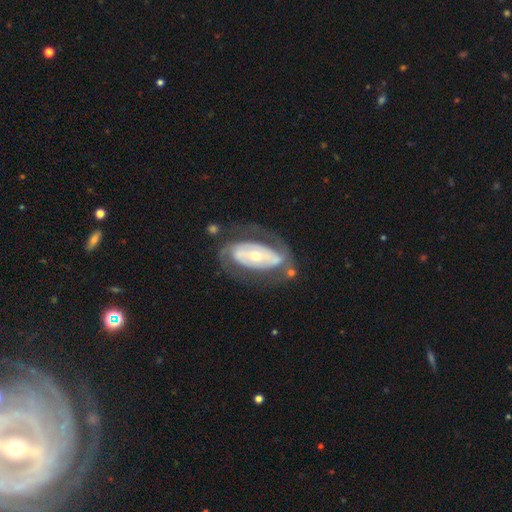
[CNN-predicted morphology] Q: Smooth or featured?
A: featured or disk (78%); runner-up: smooth (17%)
Q: Edge-on disk?
A: no (93%); runner-up: yes (7%)
Q: Bar?
A: no (58%); runner-up: weak (21%)
Q: Spiral arms?
A: yes (70%); runner-up: no (30%)
Q: Spiral winding?
A: tight (50%); runner-up: medium (34%)
Q: Spiral arm count?
A: 2 (66%); runner-up: can't tell (22%)
Q: Bulge size?
A: small (48%); runner-up: moderate (46%)
Q: Merging?
A: none (59%); runner-up: minor disturbance (18%)